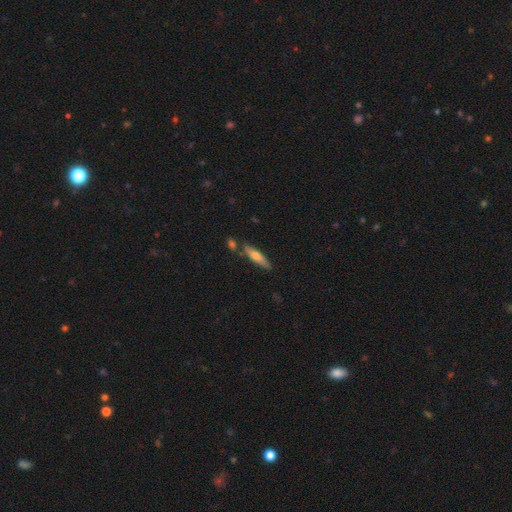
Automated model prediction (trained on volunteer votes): Morphology: type=smooth (60%); roundness=cigar-shaped (75%); merging=none (73%).